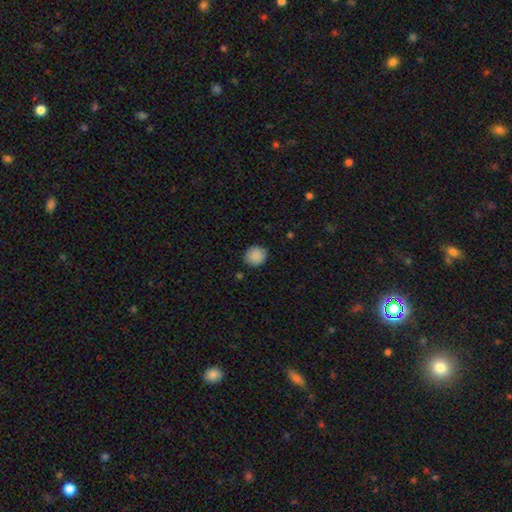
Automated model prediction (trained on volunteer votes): smooth-or-featured: smooth: 89% | star or artifact: 8% | featured or disk: 3%
  how-rounded: round: 86% | in between: 13% | cigar-shaped: 1%
  merging: none: 86% | minor disturbance: 10% | major disturbance: 2% | merger: 1%